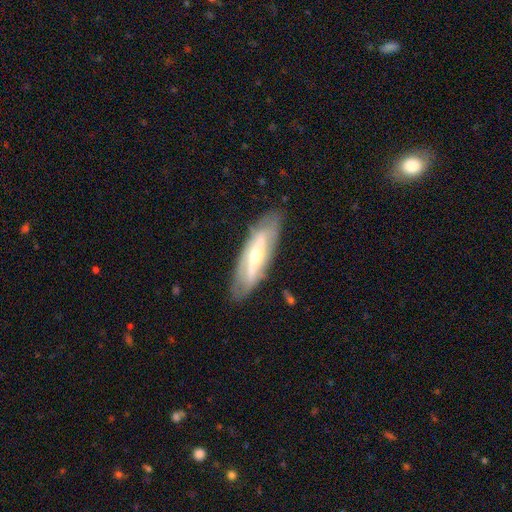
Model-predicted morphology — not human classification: Smooth or featured: featured or disk — 69% (smooth — 26%)
Edge-on disk: no — 68% (yes — 32%)
Merging: none — 80% (minor disturbance — 14%)